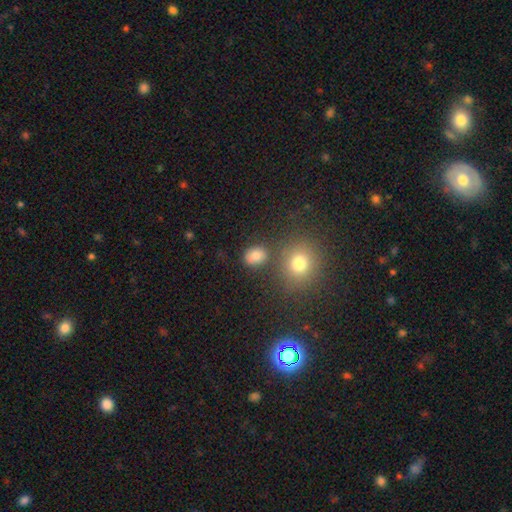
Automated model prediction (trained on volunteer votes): Q: Smooth or featured?
A: smooth (79%); runner-up: star or artifact (14%)
Q: How rounded?
A: round (58%); runner-up: in between (41%)
Q: Merging?
A: none (78%); runner-up: minor disturbance (10%)